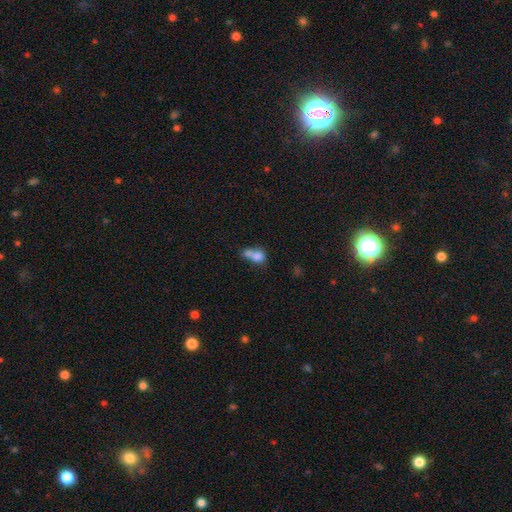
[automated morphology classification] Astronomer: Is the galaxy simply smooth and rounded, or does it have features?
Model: smooth — 75%.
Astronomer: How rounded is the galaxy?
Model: in between — 51% (runner-up: round, 46%).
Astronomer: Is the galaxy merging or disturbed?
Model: merger — 65%.